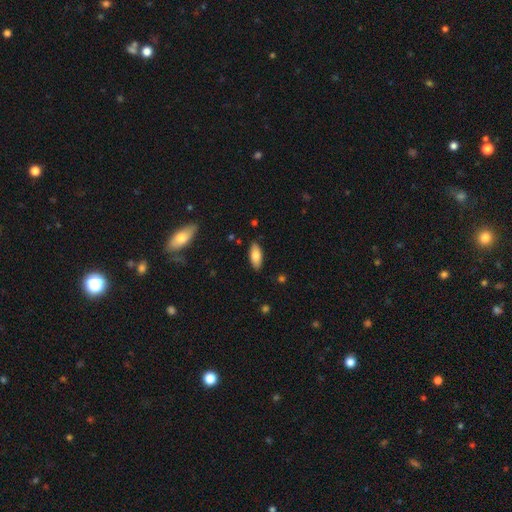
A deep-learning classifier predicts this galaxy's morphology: Smooth or featured: smooth — 80% (featured or disk — 14%)
How rounded: in between — 84% (cigar-shaped — 14%)
Merging: none — 86% (minor disturbance — 10%)